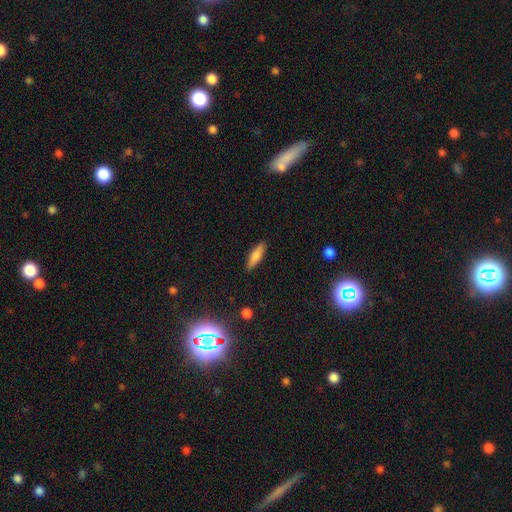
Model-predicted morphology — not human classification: This appears to be a smooth galaxy with no disk features (74%) that is cigar-shaped (58%). Merging: none (88%).